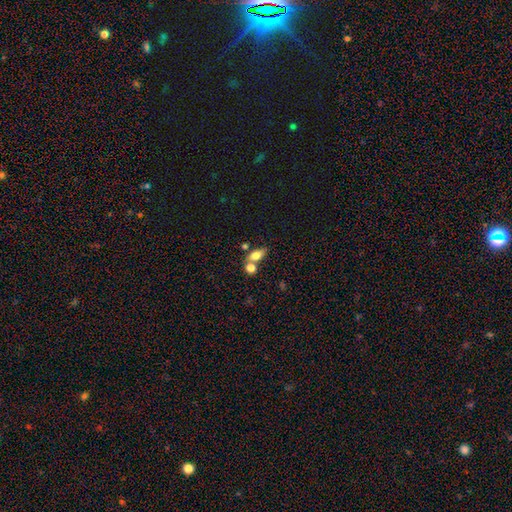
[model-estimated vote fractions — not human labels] Morphology: type=smooth (74%); roundness=in between (76%); merging=none (49%).